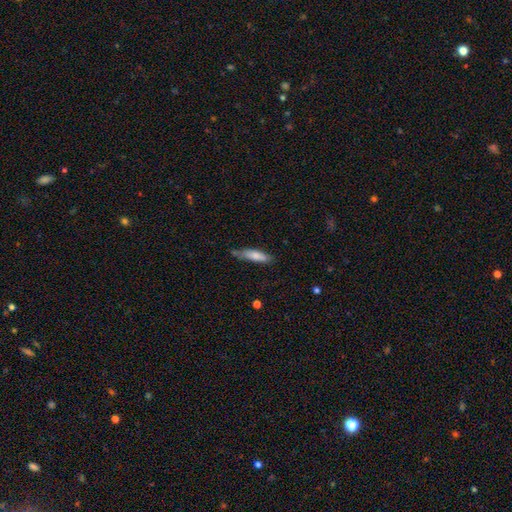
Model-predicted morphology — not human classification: Smooth or featured: smooth — 76% (featured or disk — 18%)
How rounded: cigar-shaped — 69% (in between — 29%)
Merging: none — 61% (minor disturbance — 28%)